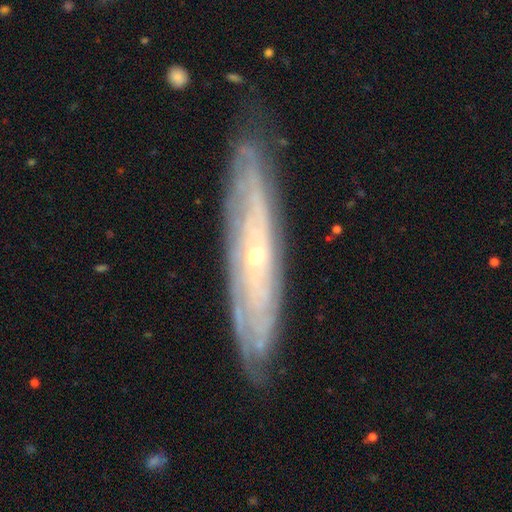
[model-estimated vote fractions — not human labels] A featured or disk galaxy (81%). Merging: none (82%).